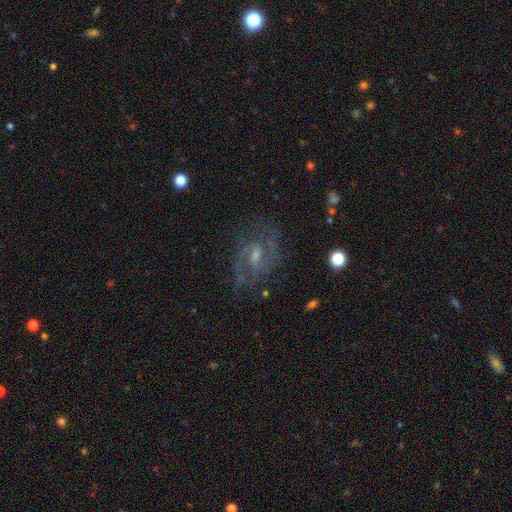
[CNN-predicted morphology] Smooth or featured: featured or disk — 82% (smooth — 9%)
Edge-on disk: no — 97% (yes — 3%)
Bar: weak — 60% (no — 22%)
Spiral arms: yes — 93% (no — 7%)
Spiral winding: medium — 55% (tight — 25%)
Spiral arm count: 2 — 75% (can't tell — 12%)
Bulge size: small — 46% (moderate — 39%)
Merging: none — 72% (minor disturbance — 16%)